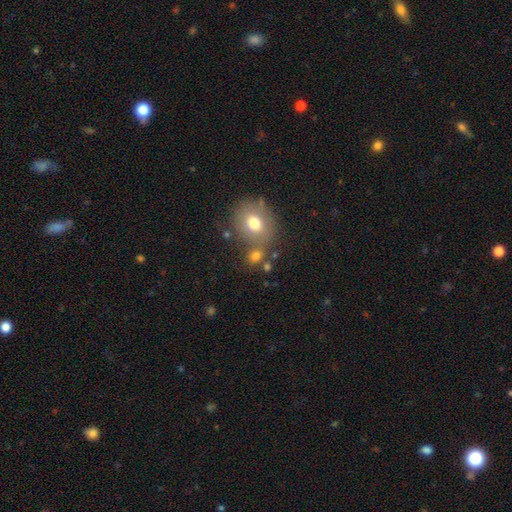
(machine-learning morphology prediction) type=smooth (75%); roundness=round (61%); merging=none (59%).